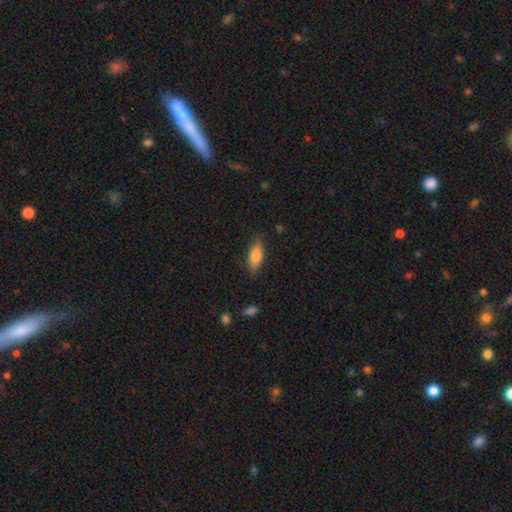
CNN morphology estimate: Smooth or featured? smooth (78%)
How rounded? in between (76%)
Merging? none (77%)